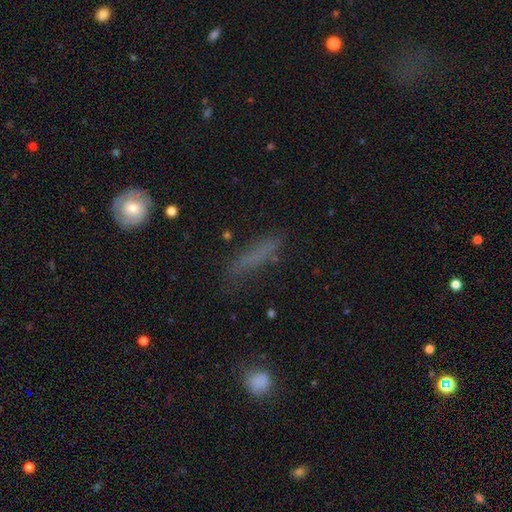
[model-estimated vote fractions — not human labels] smooth 60%, featured or disk 24%, star or artifact 16%. Down the decision tree: how rounded — cigar-shaped (77%); merging — none (66%).